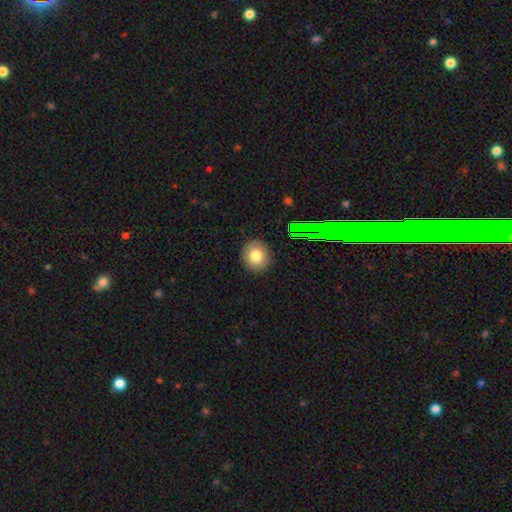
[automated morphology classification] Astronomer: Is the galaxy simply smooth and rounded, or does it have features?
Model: smooth — 79%.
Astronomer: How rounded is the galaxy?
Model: round — 78%.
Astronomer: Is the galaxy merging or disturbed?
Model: none — 90%.